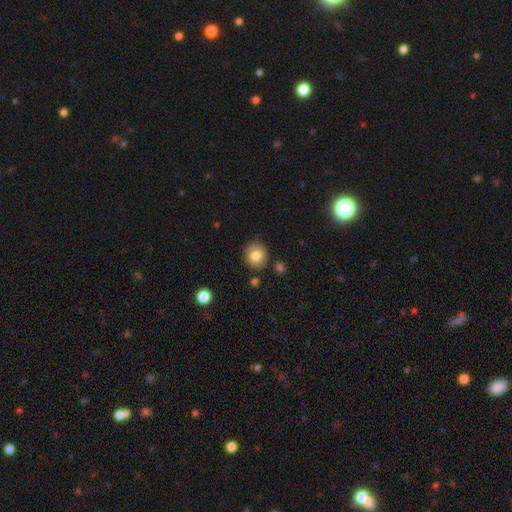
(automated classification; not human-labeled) Smooth or featured?
  - smooth: 79% *
  - featured or disk: 12%
  - star or artifact: 9%
How rounded?
  - round: 83% *
  - in between: 16%
  - cigar-shaped: 1%
Merging?
  - none: 85% *
  - minor disturbance: 9%
  - merger: 3%
  - major disturbance: 2%